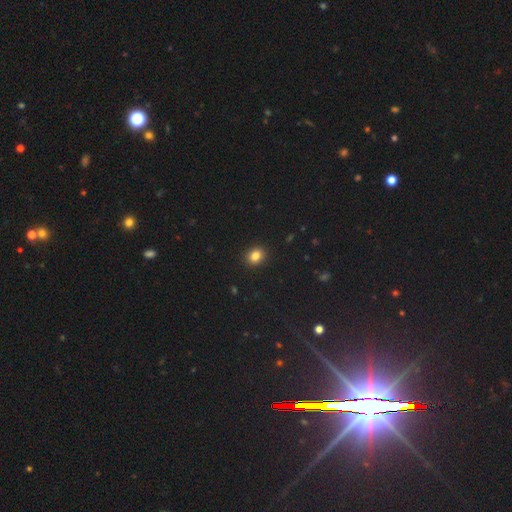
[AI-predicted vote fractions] A smooth galaxy with no disk features (83%) that is round (66%). Merging: none (92%).